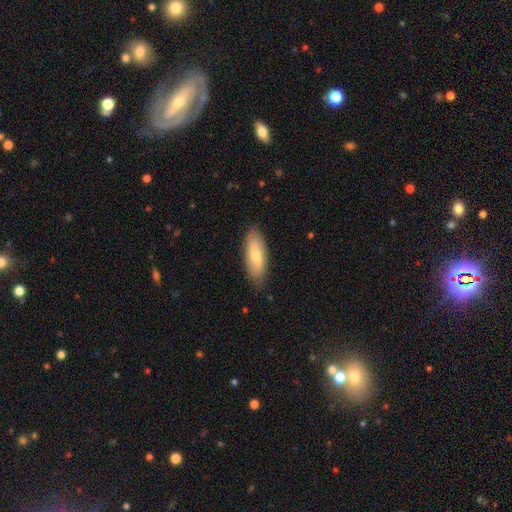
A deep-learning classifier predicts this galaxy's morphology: This appears to be a smooth galaxy with no disk features (67%) that is in between round and cigar-shaped (68%). Merging: none (84%).